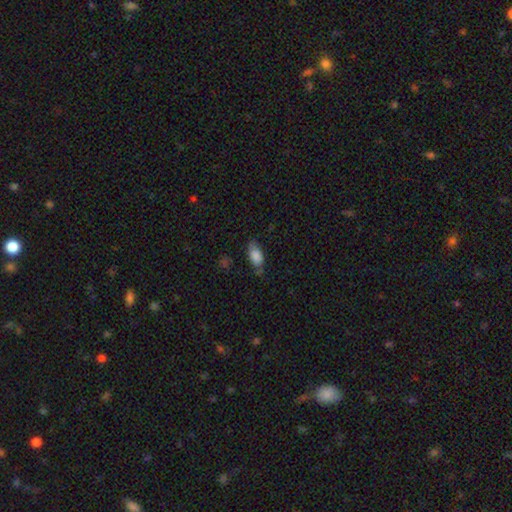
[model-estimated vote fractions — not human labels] smooth 79%, featured or disk 13%, star or artifact 8%. Down the decision tree: how rounded — in between (88%); merging — none (64%).